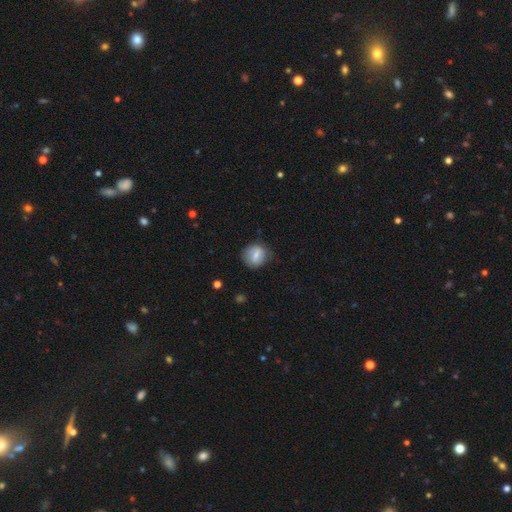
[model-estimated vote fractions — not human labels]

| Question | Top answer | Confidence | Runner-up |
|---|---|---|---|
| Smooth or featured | smooth | 63% | featured or disk (28%) |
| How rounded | round | 79% | in between (20%) |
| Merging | none | 74% | minor disturbance (19%) |